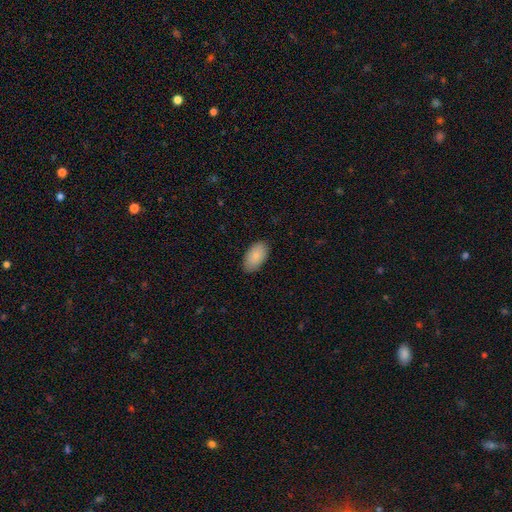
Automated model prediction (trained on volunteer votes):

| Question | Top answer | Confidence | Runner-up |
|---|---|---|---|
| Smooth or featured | smooth | 88% | featured or disk (6%) |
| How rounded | in between | 95% | round (3%) |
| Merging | none | 88% | minor disturbance (10%) |